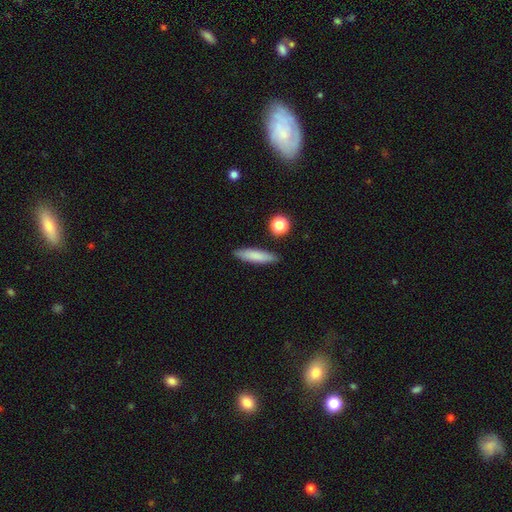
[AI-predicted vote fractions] This is likely a smooth galaxy (80%). How rounded: likely cigar-shaped (79%). Merging: clearly none (88%).